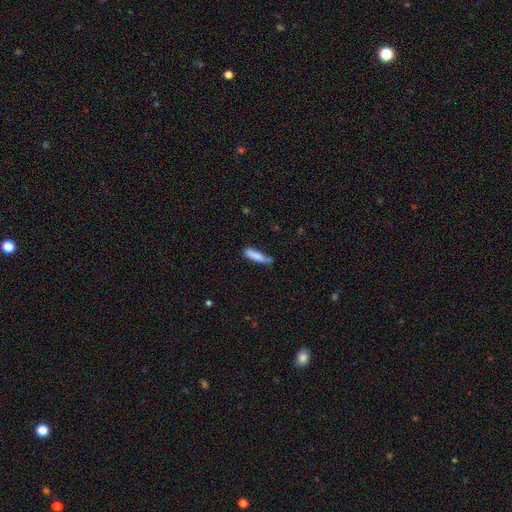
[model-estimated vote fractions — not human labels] Smooth or featured: smooth — 80% (featured or disk — 13%)
How rounded: cigar-shaped — 76% (in between — 22%)
Merging: none — 54% (minor disturbance — 32%)